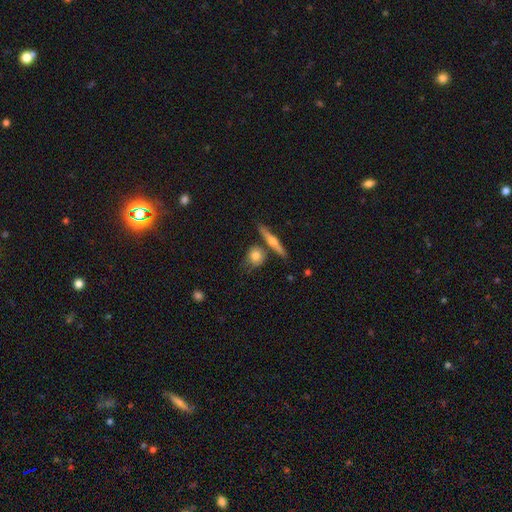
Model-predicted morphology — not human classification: Smooth or featured? smooth (72%)
How rounded? round (71%)
Merging? none (66%)